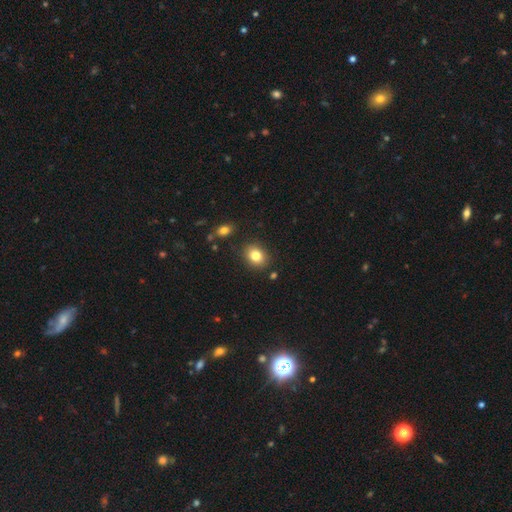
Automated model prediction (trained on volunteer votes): The model was most divided on "how rounded": round: 50%, in between: 49%, cigar-shaped: 1%. More confident: merging — none (87%); smooth or featured — smooth (82%).